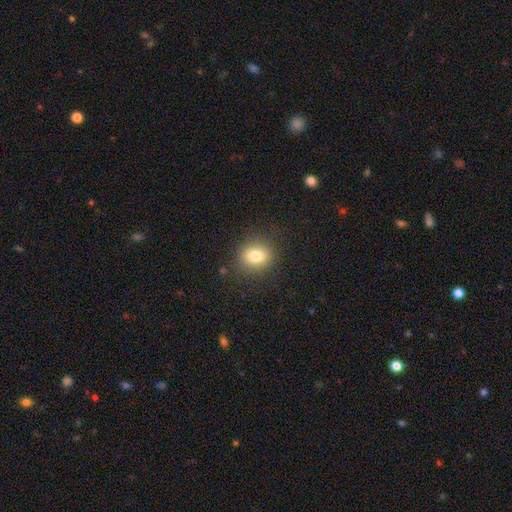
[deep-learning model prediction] Smooth or featured?
  - smooth: 79% *
  - star or artifact: 11%
  - featured or disk: 9%
How rounded?
  - round: 73% *
  - in between: 26%
  - cigar-shaped: 1%
Merging?
  - none: 86% *
  - minor disturbance: 9%
  - major disturbance: 4%
  - merger: 1%